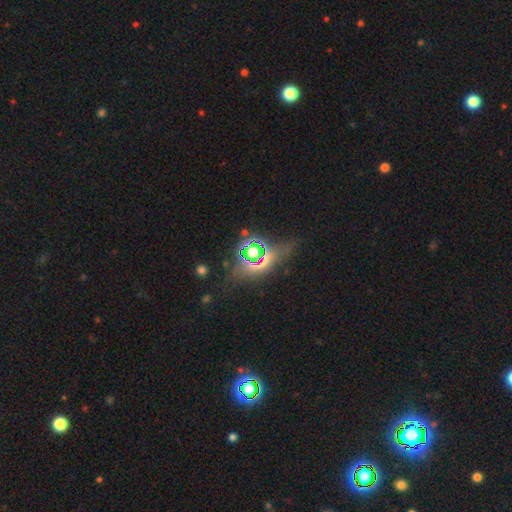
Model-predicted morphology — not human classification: star or artifact 55%, smooth 29%, featured or disk 16%.